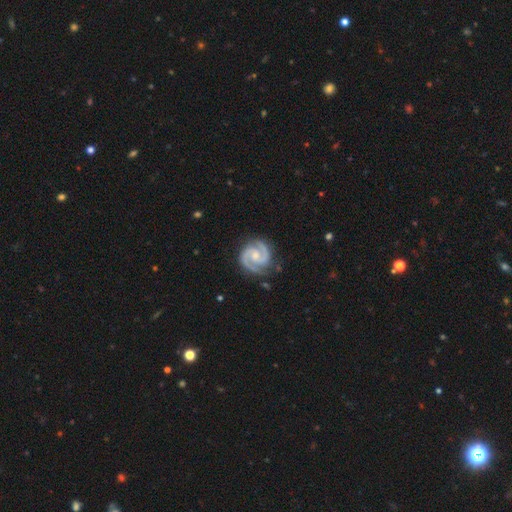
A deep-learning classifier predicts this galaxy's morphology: type=featured or disk (94%); edge-on=no (99%); bar=no (53%); spiral arms=yes (99%); winding=tight (54%); arm count=2 (94%); bulge=small (46%); merging=none (82%).